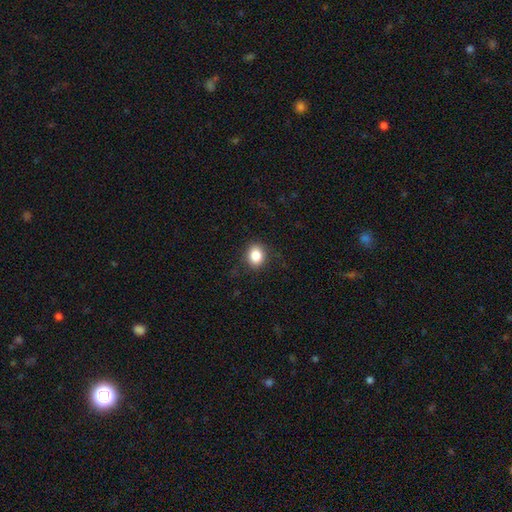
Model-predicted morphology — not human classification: smooth-or-featured: smooth: 85% | star or artifact: 10% | featured or disk: 5%
  how-rounded: round: 55% | in between: 44% | cigar-shaped: 1%
  merging: none: 86% | minor disturbance: 10% | major disturbance: 3% | merger: 1%